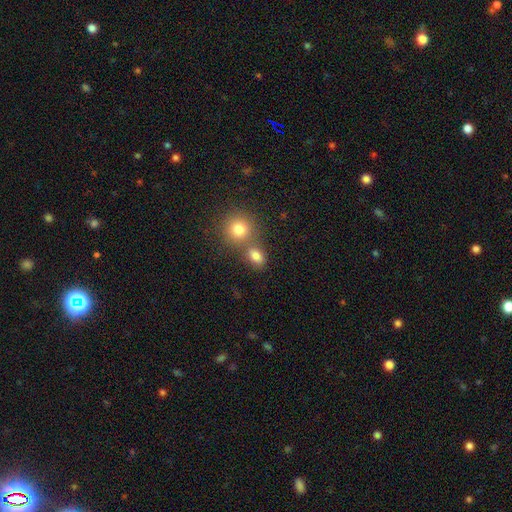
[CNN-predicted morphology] This appears to be a smooth galaxy with no disk features (81%) that is in between round and cigar-shaped (64%). Merging: none (54%).